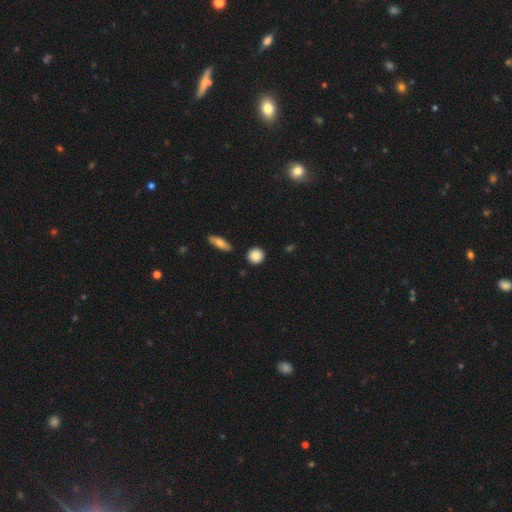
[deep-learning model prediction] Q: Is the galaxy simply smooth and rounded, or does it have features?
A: smooth — 87%.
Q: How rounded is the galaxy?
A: round — 89%.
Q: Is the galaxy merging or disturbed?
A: none — 88%.